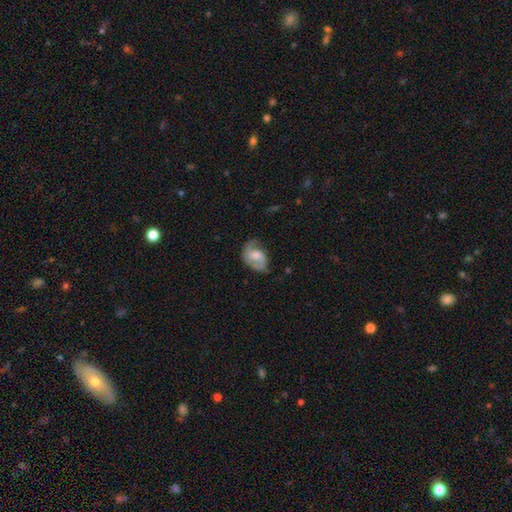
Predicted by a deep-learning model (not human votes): Q: Smooth or featured?
A: featured or disk (58%); runner-up: smooth (35%)
Q: Edge-on disk?
A: no (97%); runner-up: yes (3%)
Q: Bar?
A: no (52%); runner-up: weak (40%)
Q: Spiral arms?
A: yes (85%); runner-up: no (15%)
Q: Bulge size?
A: moderate (53%); runner-up: small (27%)
Q: Merging?
A: none (54%); runner-up: minor disturbance (30%)